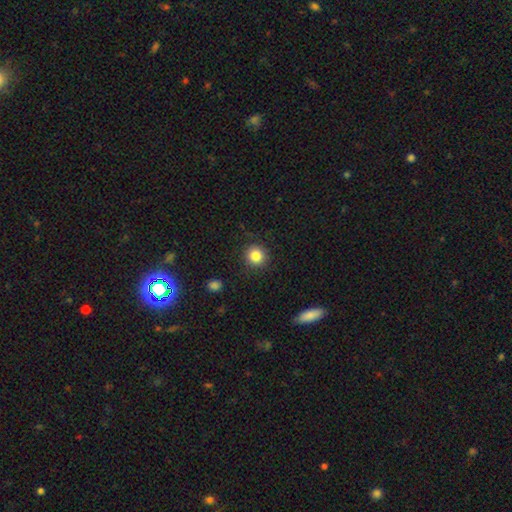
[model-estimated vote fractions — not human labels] A smooth galaxy with no disk features (85%) that is round (92%). Merging: none (89%).